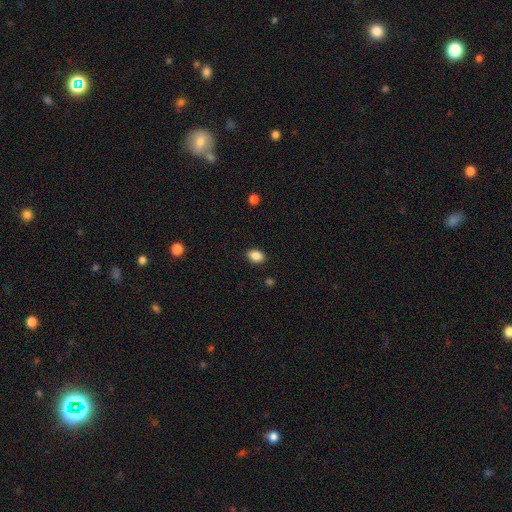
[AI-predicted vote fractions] Smooth or featured? smooth (87%)
How rounded? in between (76%)
Merging? none (89%)